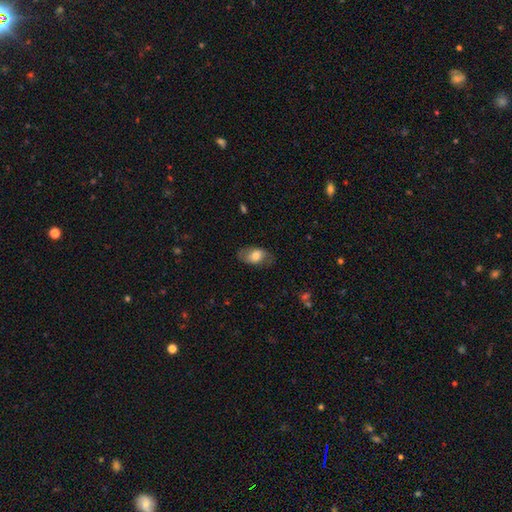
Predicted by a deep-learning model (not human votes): smooth-or-featured: smooth: 66% | featured or disk: 27% | star or artifact: 7%
  how-rounded: in between: 87% | round: 11% | cigar-shaped: 2%
  merging: none: 69% | minor disturbance: 21% | major disturbance: 8% | merger: 1%